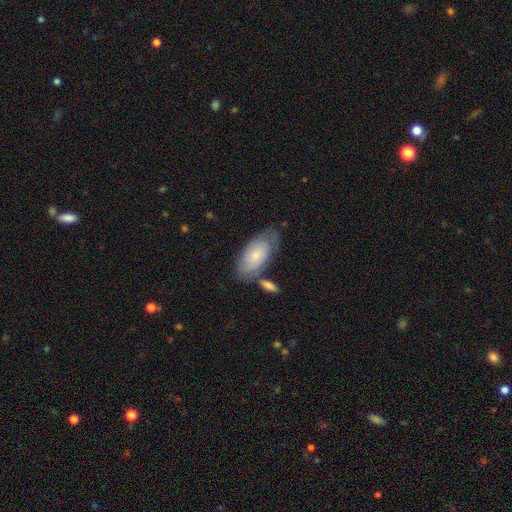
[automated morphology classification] A smooth galaxy with no disk features (63%) that is in between round and cigar-shaped (90%).

Vote fractions:
- Smooth or featured? smooth: 63% / featured or disk: 31% / star or artifact: 6%
- How rounded? in between: 90% / cigar-shaped: 7% / round: 2%
- Merging? none: 55% / minor disturbance: 24% / merger: 12% / major disturbance: 8%